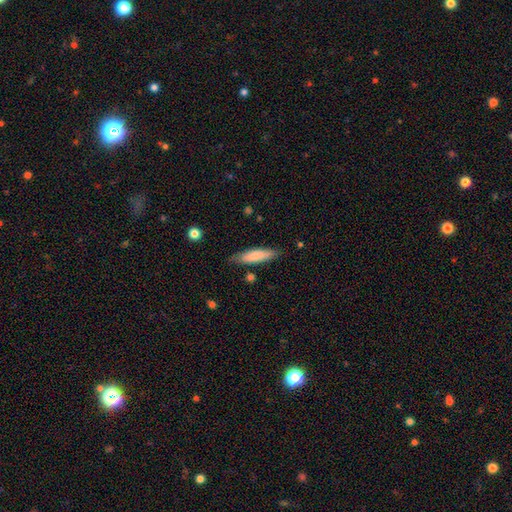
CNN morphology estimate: This appears to be a smooth galaxy with no disk features (80%) that is cigar-shaped (73%). Merging: none (81%).